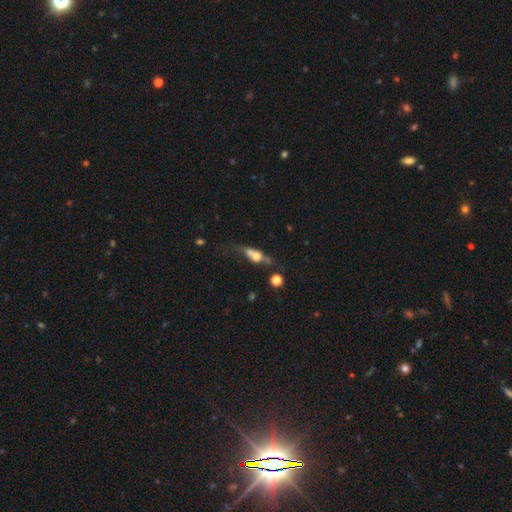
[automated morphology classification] This is possibly a smooth galaxy (51%). How rounded: possibly in between (46%). Merging: marginally merger (40%).